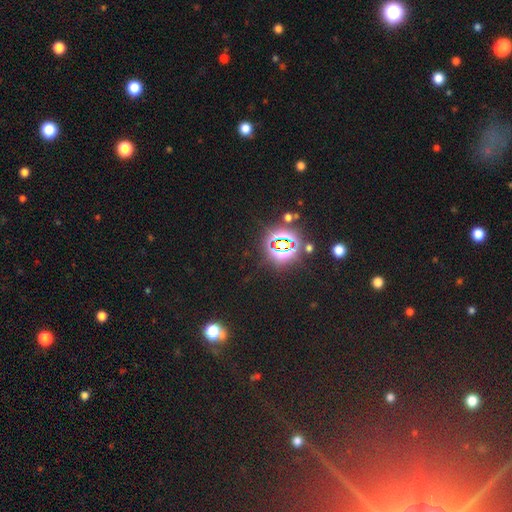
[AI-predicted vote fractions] Q: Smooth or featured?
A: star or artifact (79%); runner-up: smooth (13%)